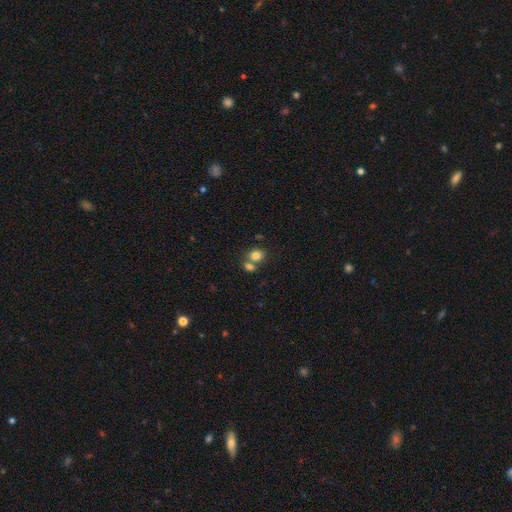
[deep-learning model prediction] Smooth or featured: smooth — 80% (star or artifact — 11%)
How rounded: round — 54% (in between — 45%)
Merging: none — 47% (merger — 41%)